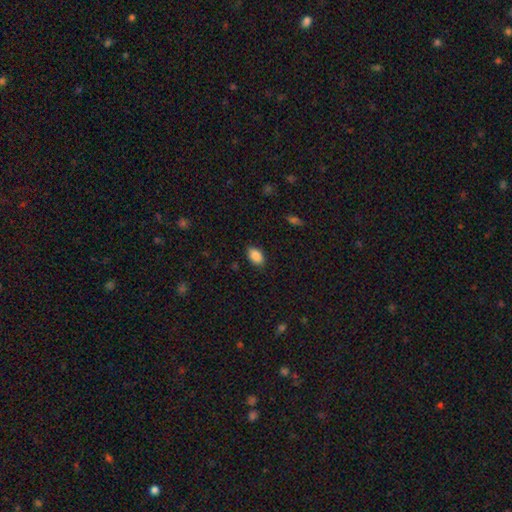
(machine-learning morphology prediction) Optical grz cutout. It shows a smooth galaxy with no disk features (88%) that is in between round and cigar-shaped (92%). Merging: none (86%).